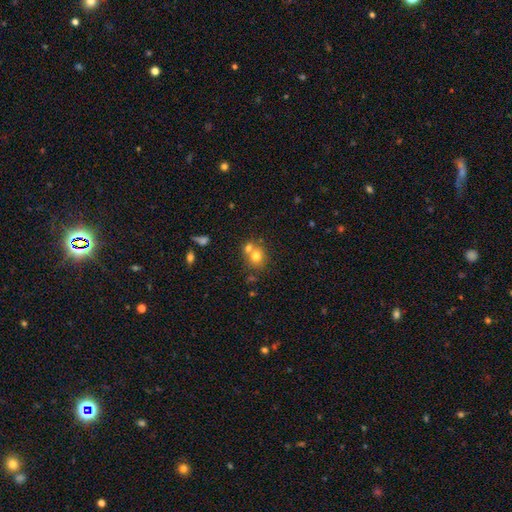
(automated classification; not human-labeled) Smooth or featured? Predicted: smooth (p=0.73). How rounded? Predicted: round (p=0.80). Merging? Predicted: none (p=0.48).